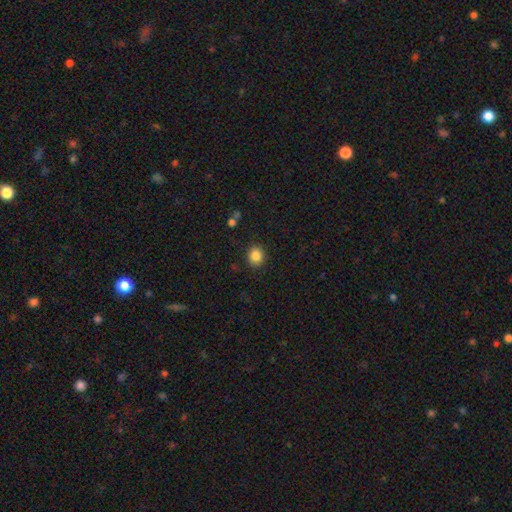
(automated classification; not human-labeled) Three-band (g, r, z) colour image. It shows a smooth galaxy with no disk features (85%) that is round (74%). Merging: none (89%).